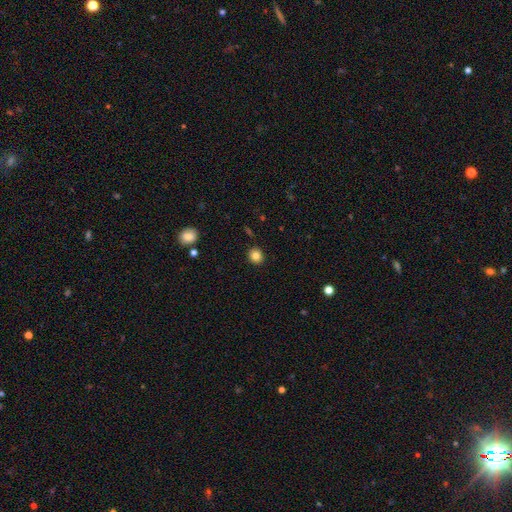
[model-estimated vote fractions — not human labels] smooth 83%, star or artifact 11%, featured or disk 6%. Down the decision tree: how rounded — round (85%); merging — none (91%).